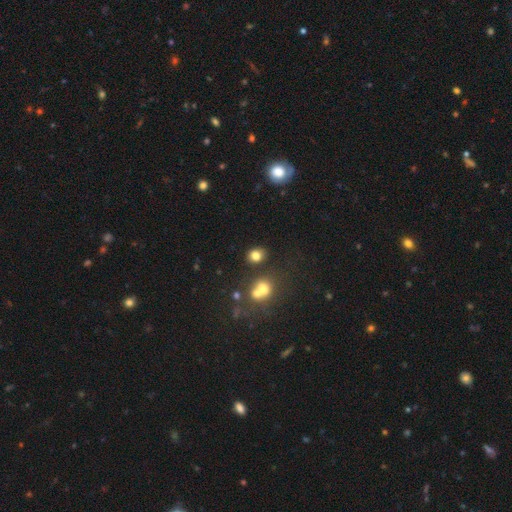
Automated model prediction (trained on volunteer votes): Morphology: type=smooth (79%); roundness=round (59%); merging=none (73%).